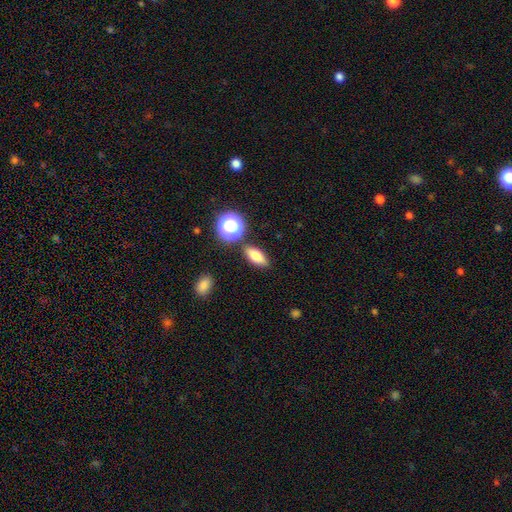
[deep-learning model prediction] Morphology: type=smooth (76%); roundness=in between (73%); merging=none (81%).